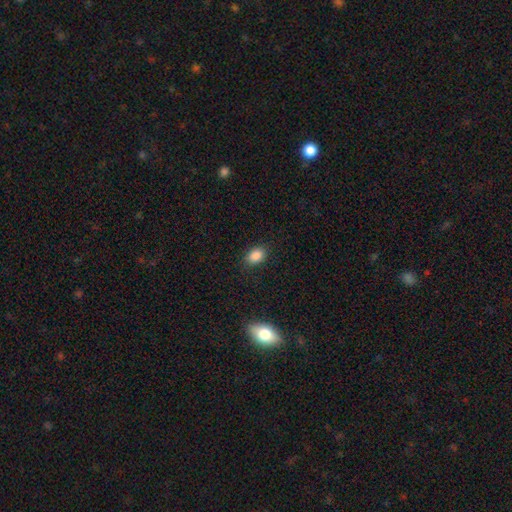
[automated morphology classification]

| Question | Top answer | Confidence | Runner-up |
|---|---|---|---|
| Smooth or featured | smooth | 87% | star or artifact (9%) |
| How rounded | in between | 82% | round (16%) |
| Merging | none | 87% | minor disturbance (10%) |